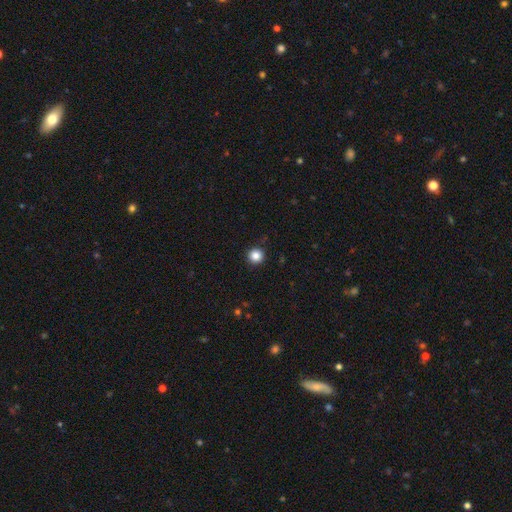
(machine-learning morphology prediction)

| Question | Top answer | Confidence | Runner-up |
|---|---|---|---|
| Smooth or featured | smooth | 85% | star or artifact (11%) |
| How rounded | round | 96% | in between (3%) |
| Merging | none | 92% | minor disturbance (5%) |